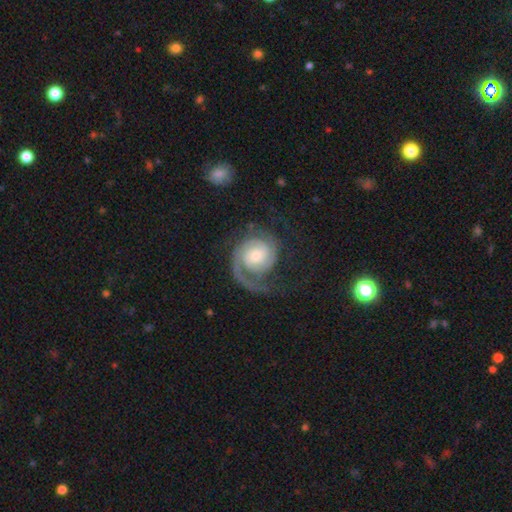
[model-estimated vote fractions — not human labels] smooth-or-featured: featured or disk: 87% | smooth: 8% | star or artifact: 5%
  disk-edge-on: no: 98% | yes: 2%
    bar: no: 64% | weak: 29% | strong: 7%
    has-spiral-arms: yes: 97% | no: 3%
      spiral-winding: tight: 58% | medium: 31% | loose: 11%
      spiral-arm-count: 2: 45% | 1: 33% | can't tell: 9% | 3: 8% | 4: 3% | more than 4: 3%
    bulge-size: small: 52% | moderate: 36% | large: 7% | none: 3% | dominant: 2%
  merging: none: 59% | major disturbance: 23% | minor disturbance: 16% | merger: 2%